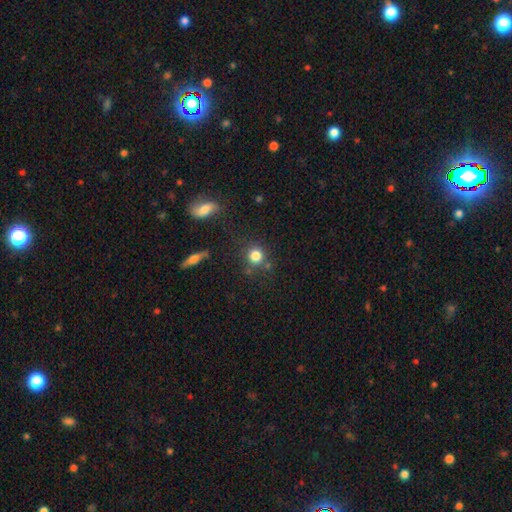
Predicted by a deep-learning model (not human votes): Smooth or featured?
  - smooth: 81% *
  - star or artifact: 12%
  - featured or disk: 7%
How rounded?
  - round: 90% *
  - in between: 8%
  - cigar-shaped: 1%
Merging?
  - none: 77% *
  - minor disturbance: 11%
  - merger: 8%
  - major disturbance: 4%